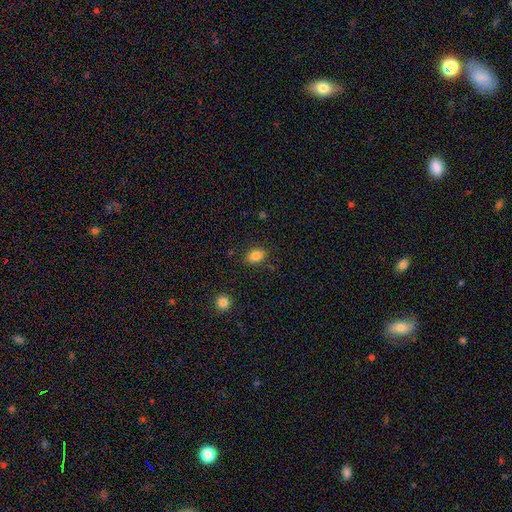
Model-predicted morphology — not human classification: A smooth galaxy with no disk features (86%) that is in between round and cigar-shaped (77%). Merging: none (83%).